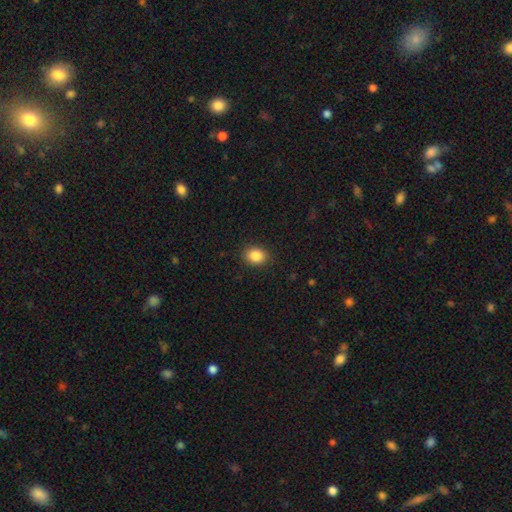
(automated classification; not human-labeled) Smooth or featured? Predicted: smooth (p=0.87). How rounded? Predicted: round (p=0.54). Merging? Predicted: none (p=0.88).